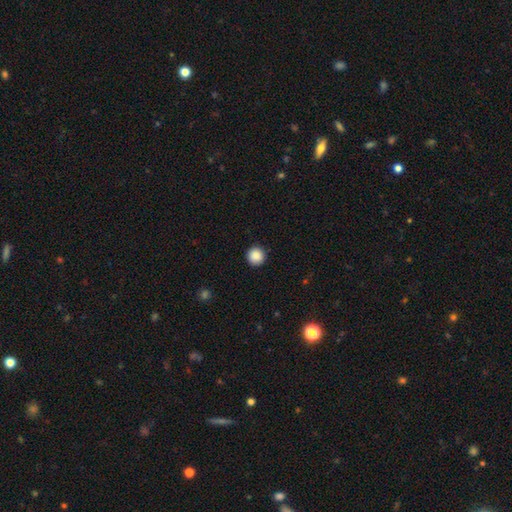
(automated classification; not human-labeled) Smooth or featured: smooth — 89% (star or artifact — 9%)
How rounded: round — 95% (in between — 4%)
Merging: none — 92% (minor disturbance — 5%)